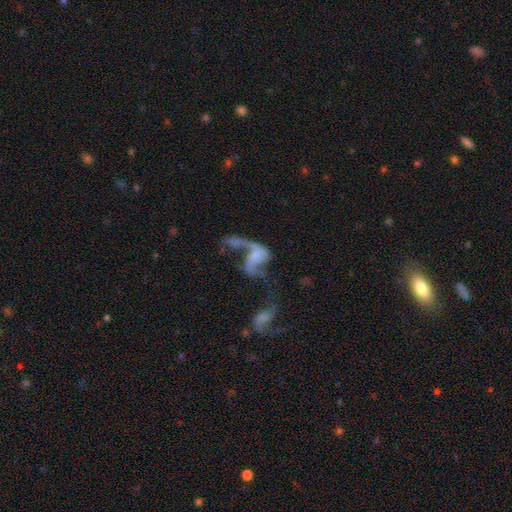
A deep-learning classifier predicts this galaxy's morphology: Smooth or featured? Predicted: featured or disk (p=0.69). Edge-on disk? Predicted: no (p=0.96). Bar? Predicted: no (p=0.67). Spiral arms? Predicted: yes (p=0.68). Bulge size? Predicted: none (p=0.39). Merging? Predicted: major disturbance (p=0.44).